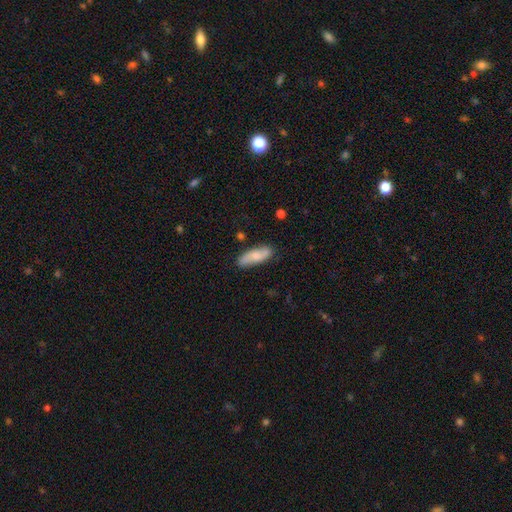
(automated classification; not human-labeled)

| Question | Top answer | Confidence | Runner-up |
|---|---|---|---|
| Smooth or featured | smooth | 65% | featured or disk (28%) |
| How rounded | in between | 64% | cigar-shaped (33%) |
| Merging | none | 81% | minor disturbance (14%) |